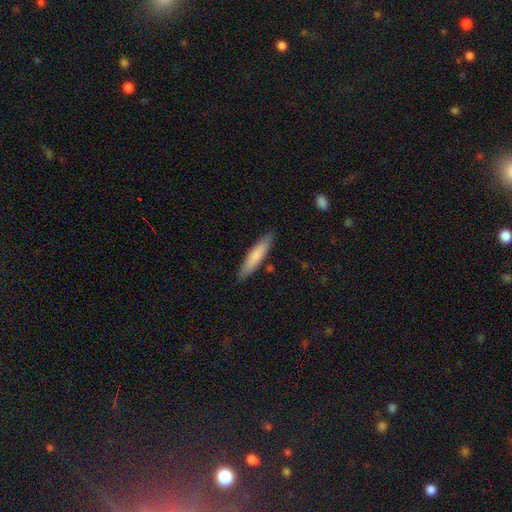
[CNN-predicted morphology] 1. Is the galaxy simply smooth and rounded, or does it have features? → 77% smooth, 17% featured or disk, 5% star or artifact.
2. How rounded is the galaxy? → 84% cigar-shaped, 15% in between, 1% round.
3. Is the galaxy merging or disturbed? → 86% none, 11% minor disturbance, 2% merger, 2% major disturbance.